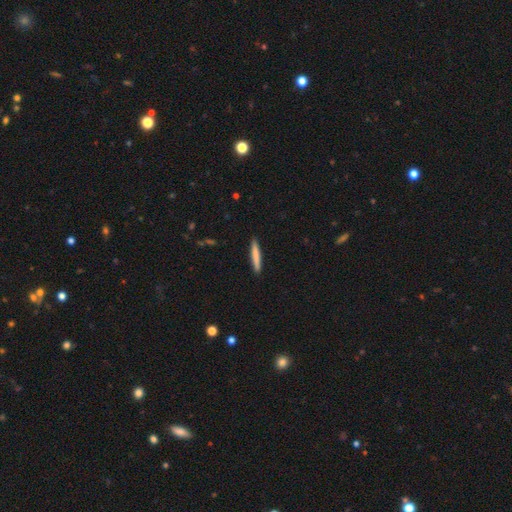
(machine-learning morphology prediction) smooth-or-featured: smooth: 78% | featured or disk: 17% | star or artifact: 5%
  how-rounded: cigar-shaped: 96% | in between: 3% | round: 1%
  merging: none: 92% | minor disturbance: 6% | major disturbance: 1% | merger: 1%